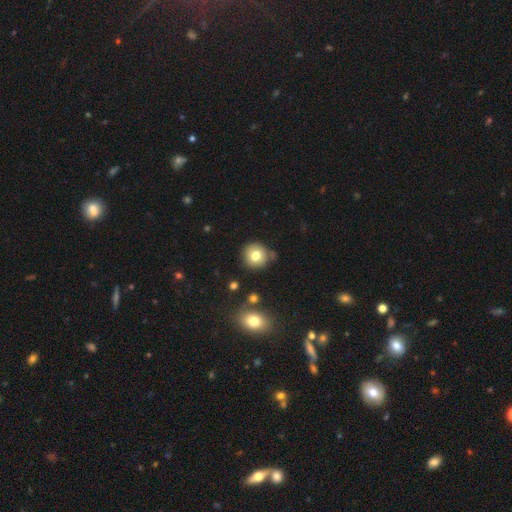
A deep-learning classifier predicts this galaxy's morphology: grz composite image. It shows a smooth galaxy with no disk features (77%) that is round (91%). Merging: none (76%).